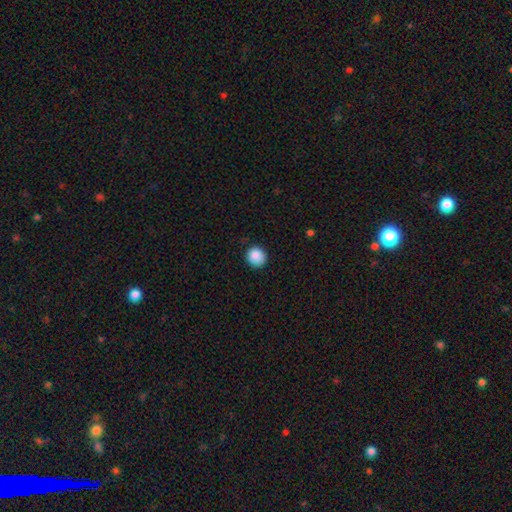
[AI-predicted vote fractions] This appears to be a smooth galaxy with no disk features (88%) that is round (90%). Merging: none (87%).